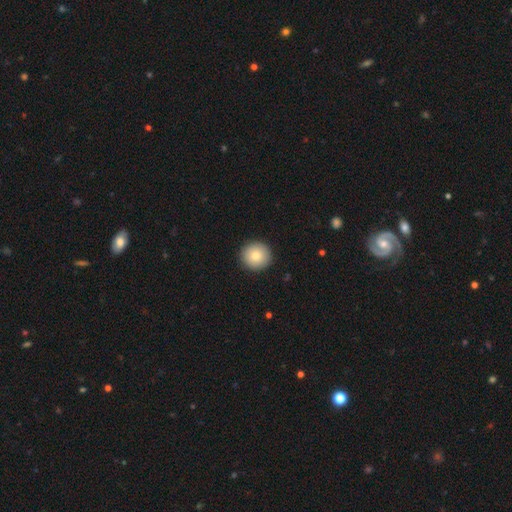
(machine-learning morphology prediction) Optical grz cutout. It shows a smooth galaxy with no disk features (84%) that is round (92%). Merging: none (92%).